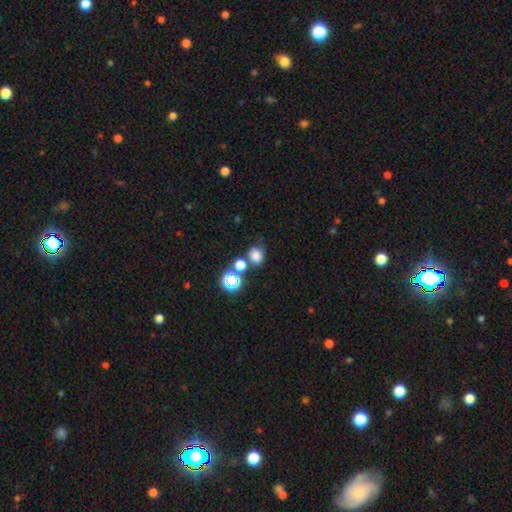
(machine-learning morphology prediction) Q: Smooth or featured?
A: smooth (74%); runner-up: star or artifact (18%)
Q: How rounded?
A: round (68%); runner-up: in between (31%)
Q: Merging?
A: none (59%); runner-up: merger (21%)